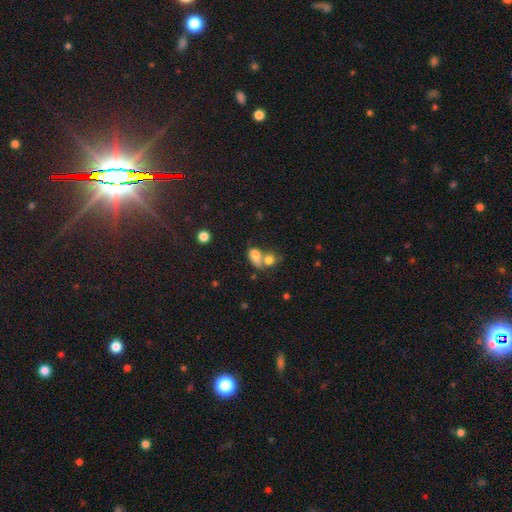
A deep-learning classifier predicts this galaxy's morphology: A smooth galaxy with no disk features (79%) that is in between round and cigar-shaped (80%).

Vote fractions:
- Smooth or featured? smooth: 79% / featured or disk: 11% / star or artifact: 10%
- How rounded? in between: 80% / round: 18% / cigar-shaped: 3%
- Merging? merger: 58% / none: 24% / minor disturbance: 10% / major disturbance: 8%